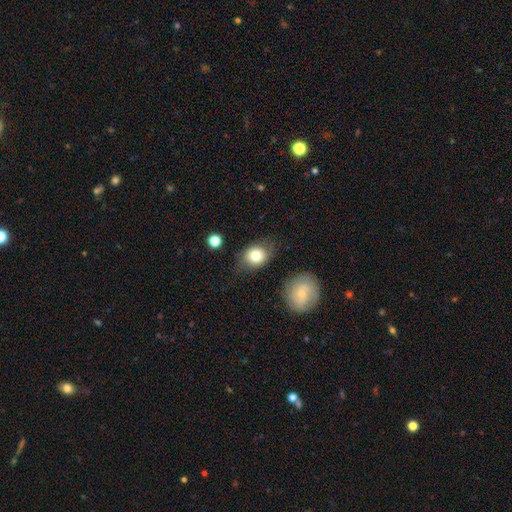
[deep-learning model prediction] Overall: smooth (77%). How rounded: round (55%; in between 44%). Merging: none (72%).